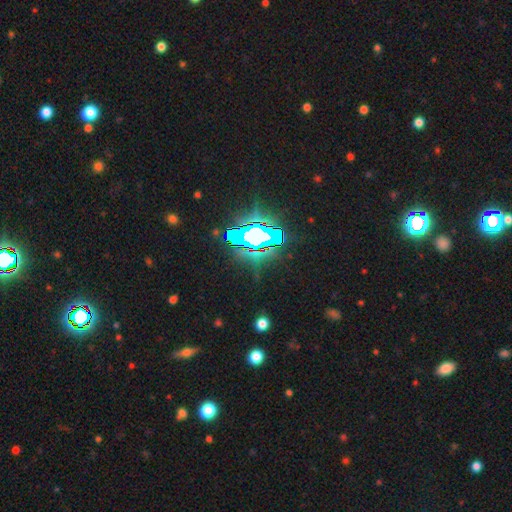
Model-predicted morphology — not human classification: Smooth or featured? star or artifact (83%)